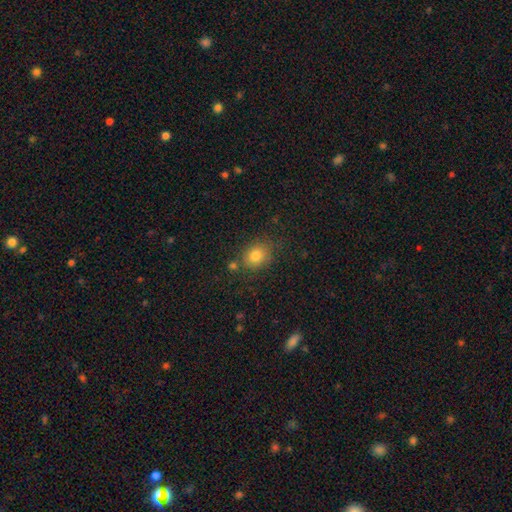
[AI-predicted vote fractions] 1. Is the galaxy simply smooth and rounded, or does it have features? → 81% smooth, 11% star or artifact, 8% featured or disk.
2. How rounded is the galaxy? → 55% round, 44% in between, 1% cigar-shaped.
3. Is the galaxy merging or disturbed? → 75% none, 15% minor disturbance, 6% merger, 5% major disturbance.